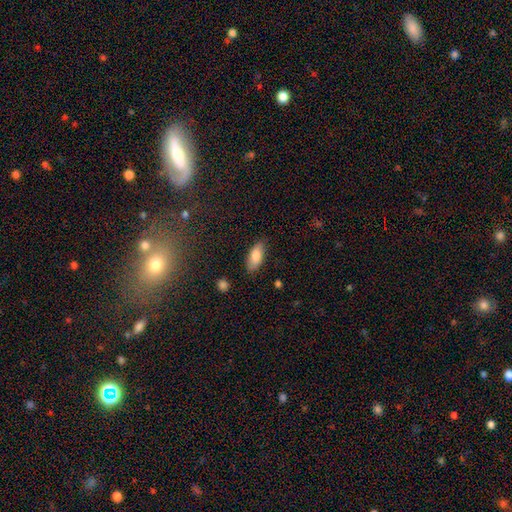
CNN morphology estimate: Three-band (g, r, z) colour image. It shows a smooth galaxy with no disk features (83%) that is in between round and cigar-shaped (84%). Merging: none (79%).